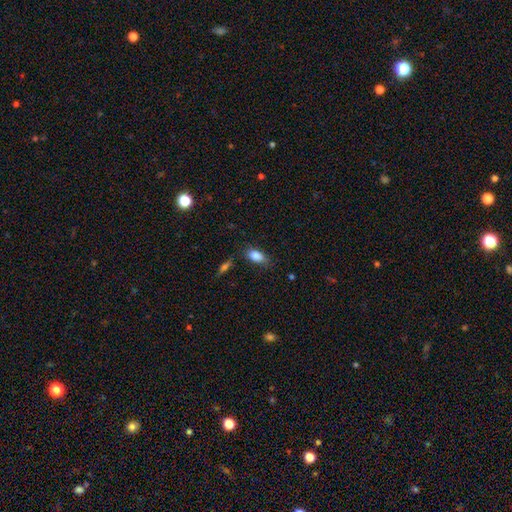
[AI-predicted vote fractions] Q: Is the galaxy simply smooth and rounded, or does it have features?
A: smooth — 85%.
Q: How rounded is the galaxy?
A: in between — 86%.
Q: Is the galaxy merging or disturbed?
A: none — 75%.